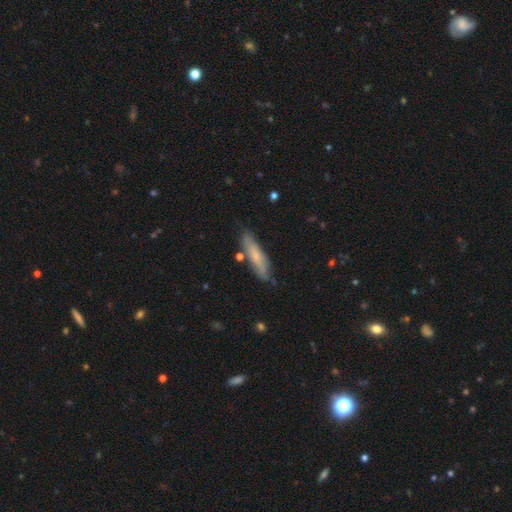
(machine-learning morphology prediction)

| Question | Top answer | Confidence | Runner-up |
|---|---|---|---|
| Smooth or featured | smooth | 57% | featured or disk (36%) |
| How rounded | cigar-shaped | 75% | in between (23%) |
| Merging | none | 73% | minor disturbance (19%) |